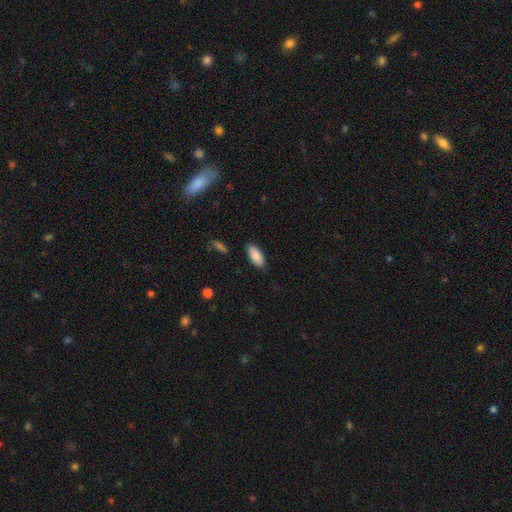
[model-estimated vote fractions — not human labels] Smooth or featured: smooth — 87% (star or artifact — 6%)
How rounded: in between — 86% (cigar-shaped — 12%)
Merging: none — 82% (minor disturbance — 13%)